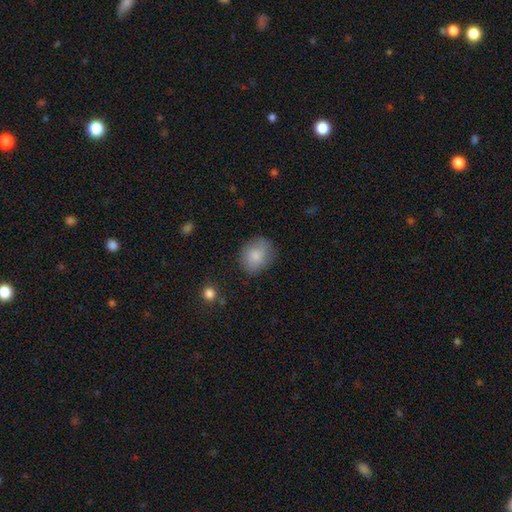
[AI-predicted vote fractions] A smooth galaxy with no disk features (82%) that is round (59%).

Vote fractions:
- Smooth or featured? smooth: 82% / featured or disk: 11% / star or artifact: 7%
- How rounded? round: 59% / in between: 40% / cigar-shaped: 1%
- Merging? none: 72% / minor disturbance: 20% / major disturbance: 6% / merger: 2%